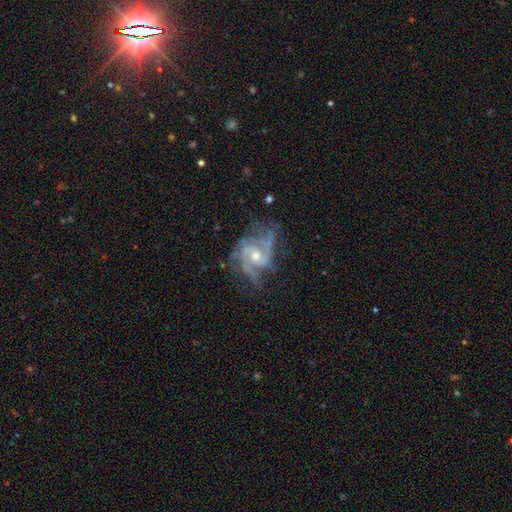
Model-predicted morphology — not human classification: A featured or disk galaxy (88%) with no bar (60%), 2 (39%) medium (49%) spiral arms (96%) and a moderate central bulge (60%).

Vote fractions:
- Smooth or featured? featured or disk: 88% / star or artifact: 7% / smooth: 6%
- Edge-on disk? no: 97% / yes: 3%
- Bar? no: 60% / weak: 32% / strong: 8%
- Spiral arms? yes: 96% / no: 4%
- Spiral winding? medium: 49% / tight: 34% / loose: 17%
- Spiral arm count? 2: 39% / 3: 30% / can't tell: 15% / 4: 7% / 1: 5% / more than 4: 4%
- Bulge size? moderate: 60% / small: 34% / large: 3% / none: 2% / dominant: 1%
- Merging? none: 56% / minor disturbance: 23% / major disturbance: 19% / merger: 2%